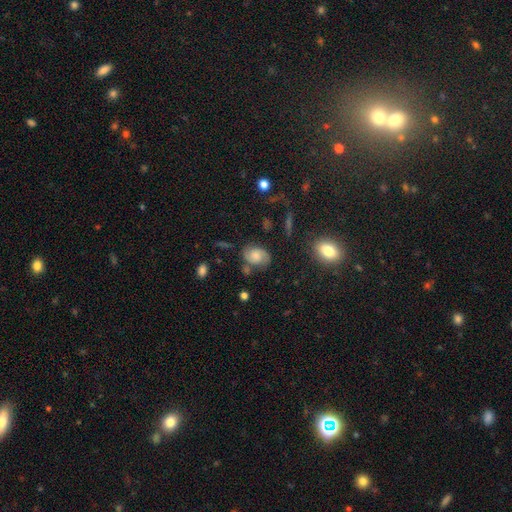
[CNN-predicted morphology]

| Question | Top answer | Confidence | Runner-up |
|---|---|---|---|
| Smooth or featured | featured or disk | 52% | smooth (38%) |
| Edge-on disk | no | 96% | yes (4%) |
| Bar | no | 67% | weak (27%) |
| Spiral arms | yes | 88% | no (12%) |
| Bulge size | moderate | 43% | small (28%) |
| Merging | none | 65% | minor disturbance (21%) |